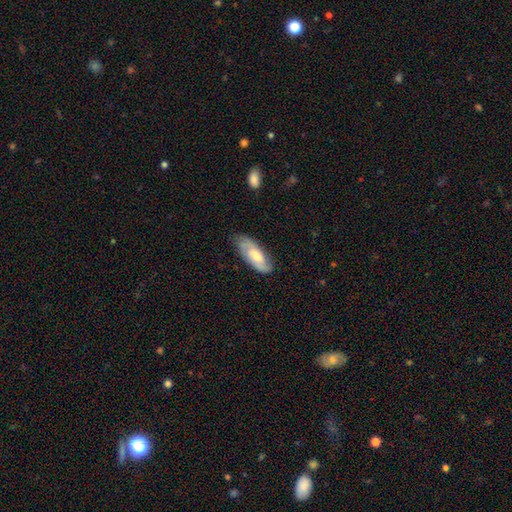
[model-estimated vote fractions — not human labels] Q: Smooth or featured?
A: featured or disk (48%); runner-up: smooth (46%)
Q: Merging?
A: none (73%); runner-up: minor disturbance (21%)